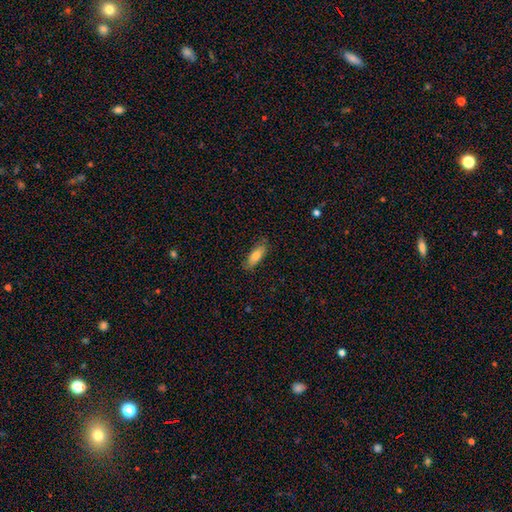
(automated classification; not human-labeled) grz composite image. It shows a smooth galaxy with no disk features (81%) that is in between round and cigar-shaped (61%). Merging: none (83%).